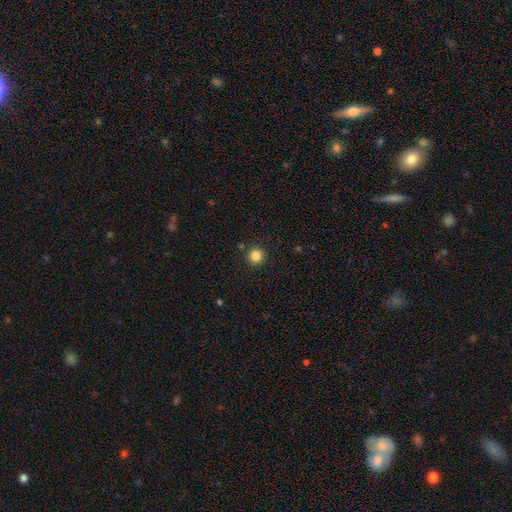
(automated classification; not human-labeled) Smooth or featured: smooth — 84% (star or artifact — 12%)
How rounded: round — 95% (in between — 4%)
Merging: none — 90% (minor disturbance — 6%)